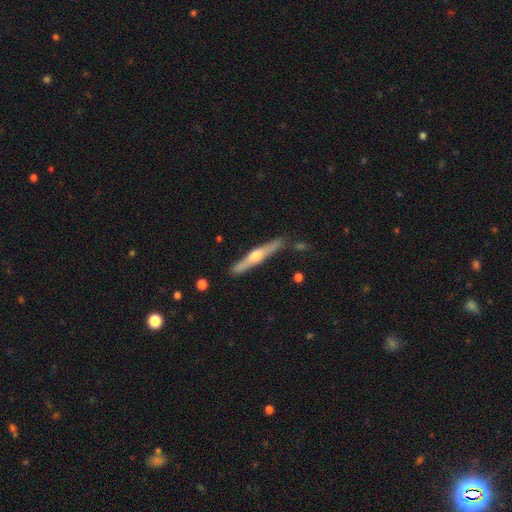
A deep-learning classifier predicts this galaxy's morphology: A featured or disk galaxy (66%) viewed edge-on (96%) with a rounded central bulge (90%). Merging: none (85%).